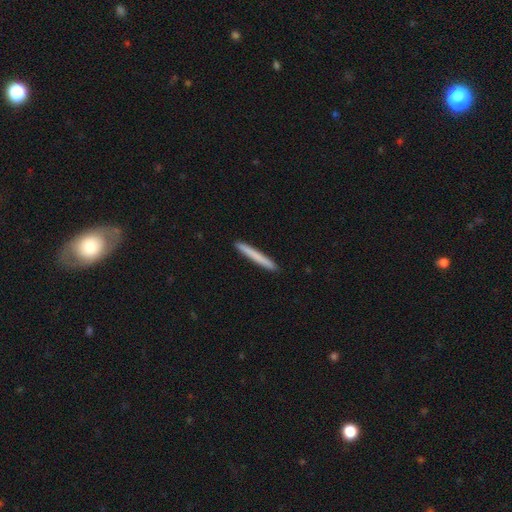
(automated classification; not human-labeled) This is likely a smooth galaxy (75%). How rounded: clearly cigar-shaped (97%). Merging: clearly none (93%).